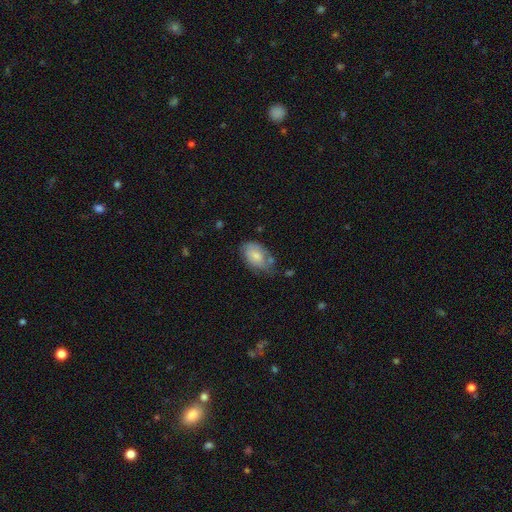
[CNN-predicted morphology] Smooth or featured?
  - smooth: 71% *
  - featured or disk: 23%
  - star or artifact: 7%
How rounded?
  - in between: 90% *
  - round: 8%
  - cigar-shaped: 2%
Merging?
  - none: 46% *
  - minor disturbance: 37%
  - major disturbance: 11%
  - merger: 6%